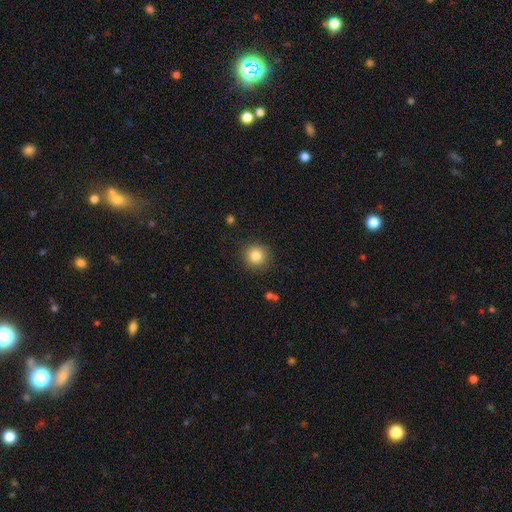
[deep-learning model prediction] The model was most divided on "smooth or featured": smooth: 83%, star or artifact: 10%, featured or disk: 6%. More confident: how rounded — round (93%); merging — none (89%).